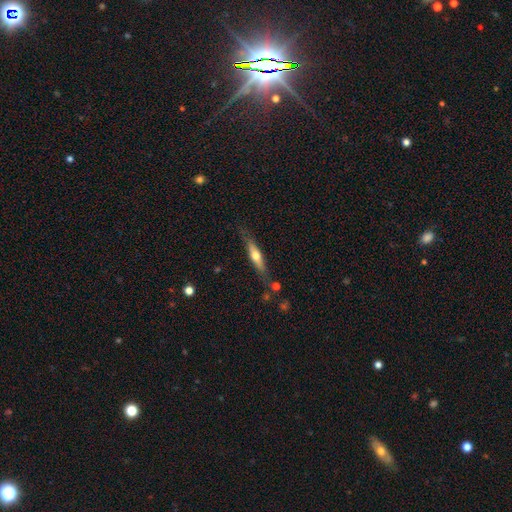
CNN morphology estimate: smooth-or-featured: featured or disk: 52% | smooth: 43% | star or artifact: 6%
  disk-edge-on: yes: 89% | no: 11%
  merging: none: 76% | minor disturbance: 17% | major disturbance: 4% | merger: 3%